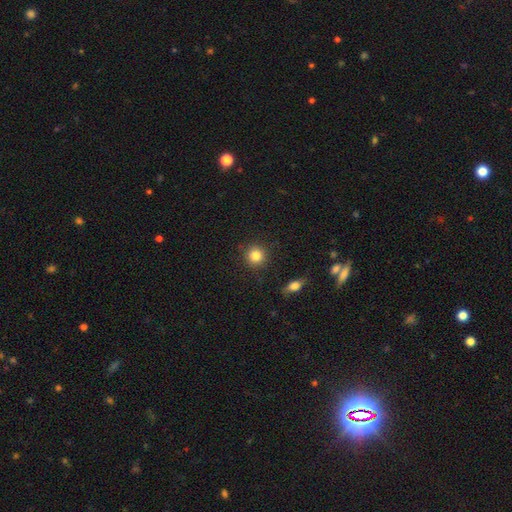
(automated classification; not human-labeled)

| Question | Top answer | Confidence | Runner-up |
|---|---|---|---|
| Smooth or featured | smooth | 84% | star or artifact (10%) |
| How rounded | round | 92% | in between (7%) |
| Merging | none | 89% | minor disturbance (7%) |